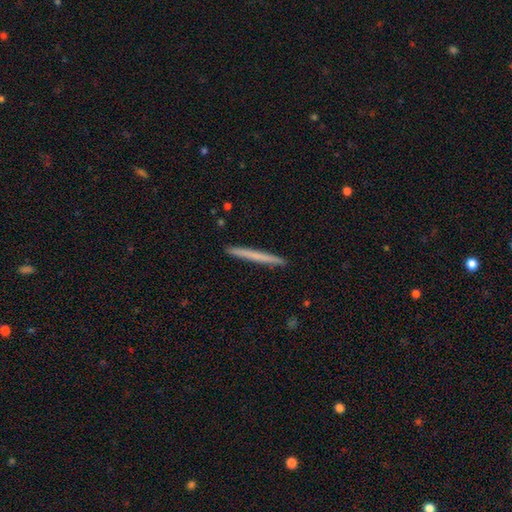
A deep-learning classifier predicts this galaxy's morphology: A smooth galaxy with no disk features (62%) that is cigar-shaped (97%).

Vote fractions:
- Smooth or featured? smooth: 62% / featured or disk: 32% / star or artifact: 5%
- How rounded? cigar-shaped: 97% / in between: 1% / round: 1%
- Merging? none: 93% / minor disturbance: 5% / major disturbance: 1% / merger: 1%